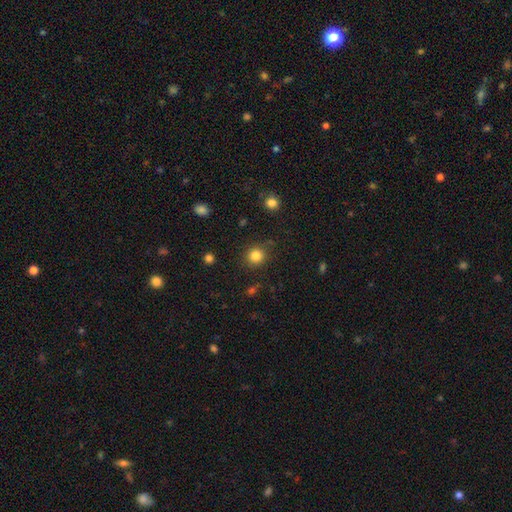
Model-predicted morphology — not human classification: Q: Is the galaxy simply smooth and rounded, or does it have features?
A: smooth — 83%.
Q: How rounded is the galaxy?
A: round — 89%.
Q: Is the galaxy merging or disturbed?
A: none — 86%.